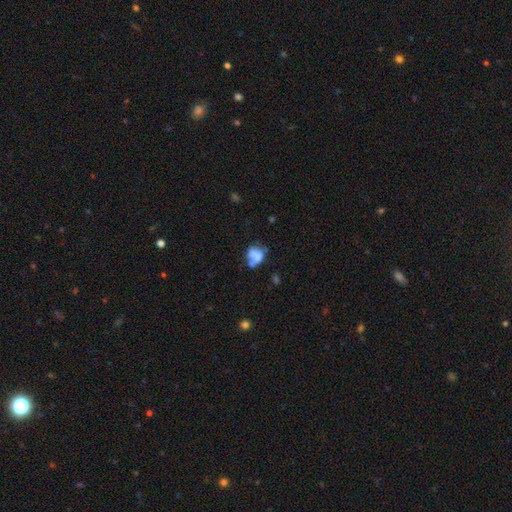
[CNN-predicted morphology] Smooth or featured? Predicted: smooth (p=0.57). How rounded? Predicted: in between (p=0.53). Merging? Predicted: merger (p=0.48).